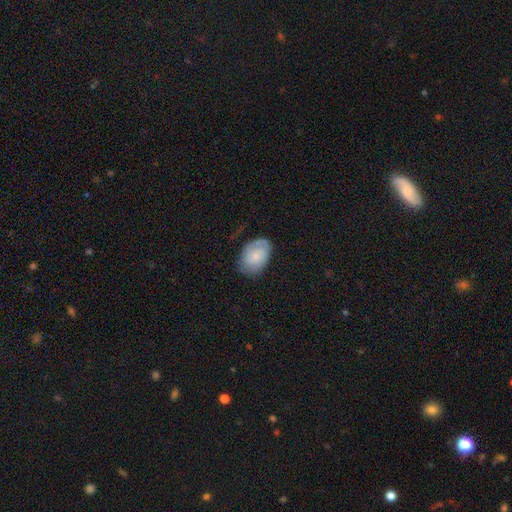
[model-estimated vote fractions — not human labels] Overall: smooth (55%; featured or disk 38%). How rounded: in between (85%). Merging: none (68%).